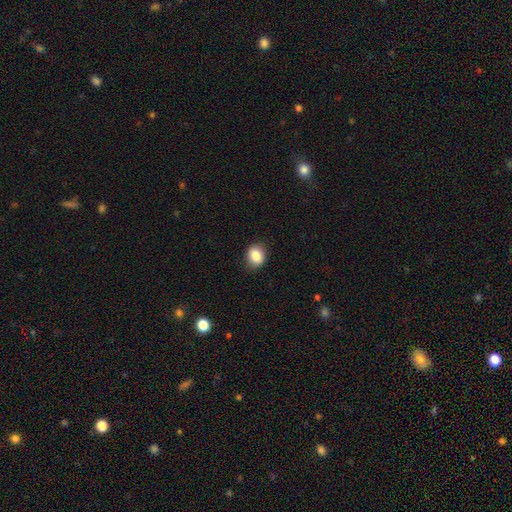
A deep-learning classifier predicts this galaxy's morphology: Smooth or featured: smooth — 86% (star or artifact — 9%)
How rounded: round — 50% (in between — 49%)
Merging: none — 85% (minor disturbance — 12%)